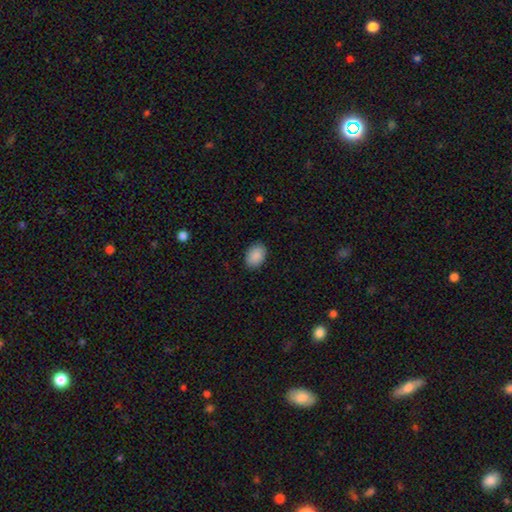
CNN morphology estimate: The model was most divided on "how rounded": in between: 83%, round: 16%, cigar-shaped: 1%. More confident: smooth or featured — smooth (90%); merging — none (89%).